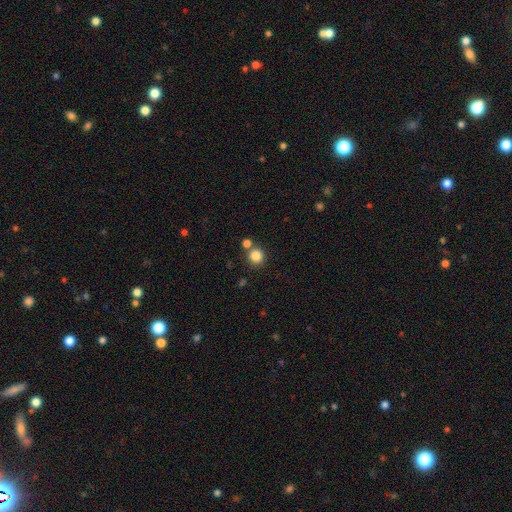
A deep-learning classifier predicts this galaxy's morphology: Smooth or featured?
  - smooth: 84% *
  - star or artifact: 11%
  - featured or disk: 5%
How rounded?
  - round: 92% *
  - in between: 7%
  - cigar-shaped: 1%
Merging?
  - none: 73% *
  - merger: 17%
  - minor disturbance: 7%
  - major disturbance: 3%